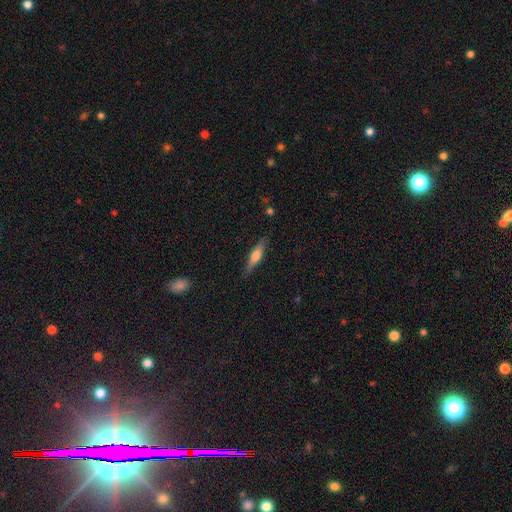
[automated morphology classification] Q: Smooth or featured?
A: smooth (47%); runner-up: featured or disk (46%)
Q: Merging?
A: none (84%); runner-up: minor disturbance (12%)